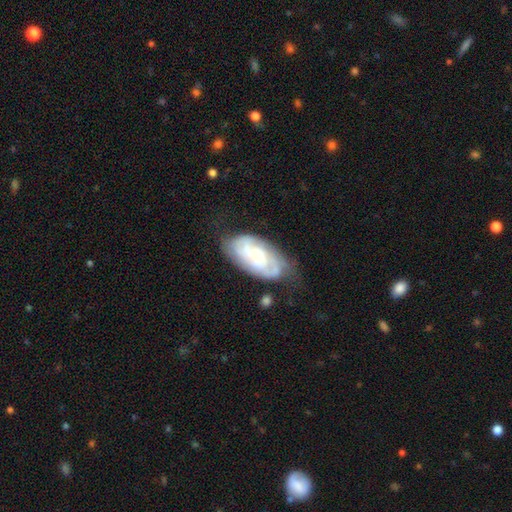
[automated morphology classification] Smooth or featured? featured or disk (69%)
Edge-on disk? no (95%)
Bar? no (63%)
Spiral arms? yes (88%)
Spiral winding? tight (55%)
Spiral arm count? can't tell (39%)
Bulge size? small (43%)
Merging? none (57%)